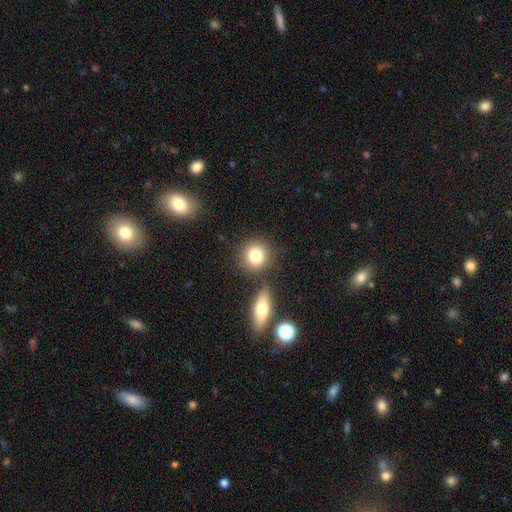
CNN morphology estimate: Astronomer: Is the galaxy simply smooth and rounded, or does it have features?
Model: smooth — 80%.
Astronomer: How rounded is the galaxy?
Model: round — 86%.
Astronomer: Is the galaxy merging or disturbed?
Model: none — 77%.